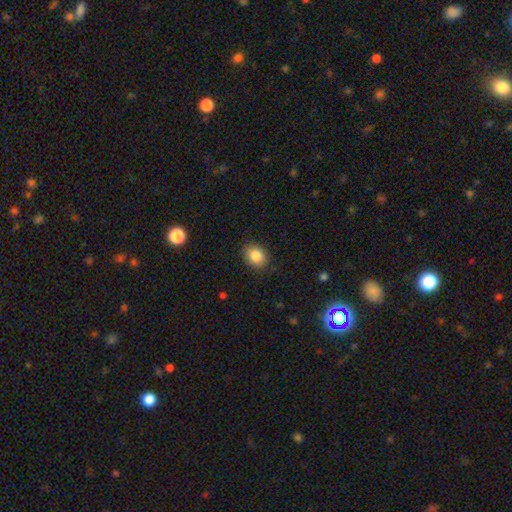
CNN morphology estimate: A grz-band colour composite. It shows a smooth galaxy with no disk features (86%) that is in between round and cigar-shaped (51%). Merging: none (85%).